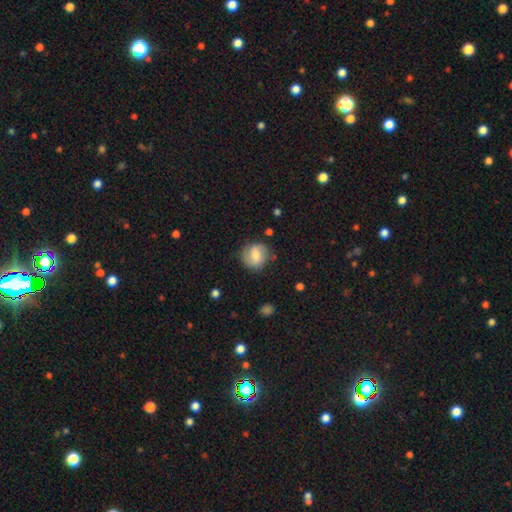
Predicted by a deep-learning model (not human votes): A featured or disk galaxy (47%). Merging: none (76%).